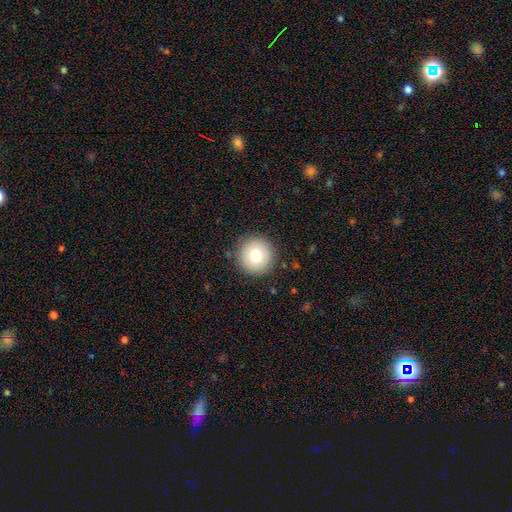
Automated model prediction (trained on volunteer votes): Smooth or featured? Predicted: smooth (p=0.75). How rounded? Predicted: round (p=0.96). Merging? Predicted: none (p=0.90).